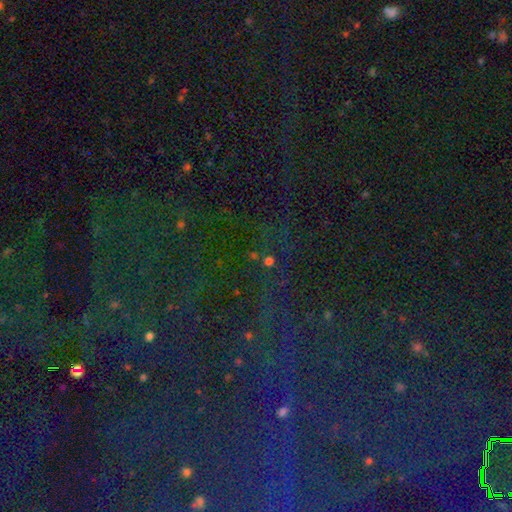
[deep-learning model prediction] Smooth or featured: star or artifact — 82% (smooth — 11%)